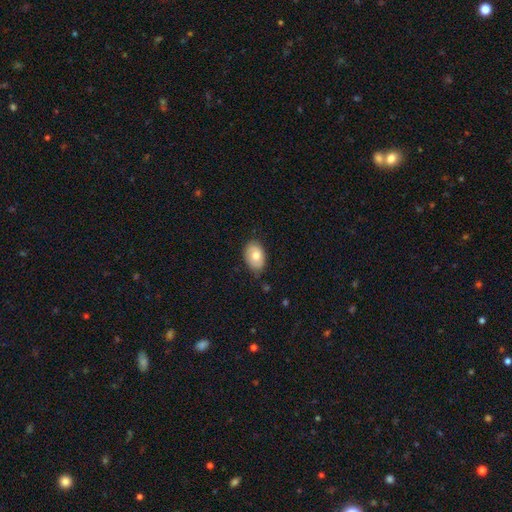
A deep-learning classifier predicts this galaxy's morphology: Smooth or featured: smooth — 74% (featured or disk — 20%)
How rounded: in between — 86% (round — 13%)
Merging: none — 77% (minor disturbance — 19%)